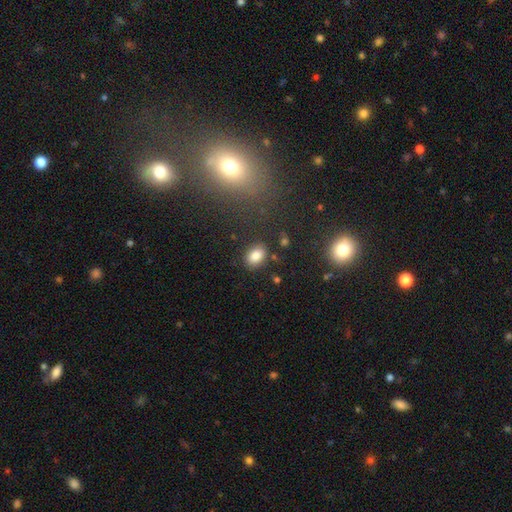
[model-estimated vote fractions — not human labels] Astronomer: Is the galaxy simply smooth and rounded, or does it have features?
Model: smooth — 84%.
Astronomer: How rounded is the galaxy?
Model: in between — 77%.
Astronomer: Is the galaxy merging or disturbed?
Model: none — 83%.